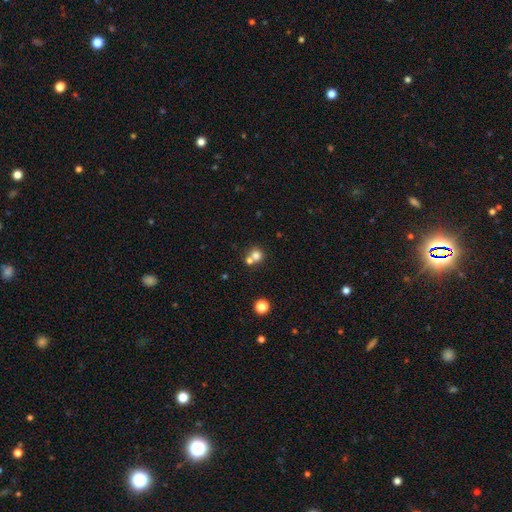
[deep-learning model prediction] A smooth galaxy with no disk features (75%) that is round (86%).

Vote fractions:
- Smooth or featured? smooth: 75% / star or artifact: 13% / featured or disk: 12%
- How rounded? round: 86% / in between: 13% / cigar-shaped: 1%
- Merging? merger: 46% / none: 45% / minor disturbance: 6% / major disturbance: 3%